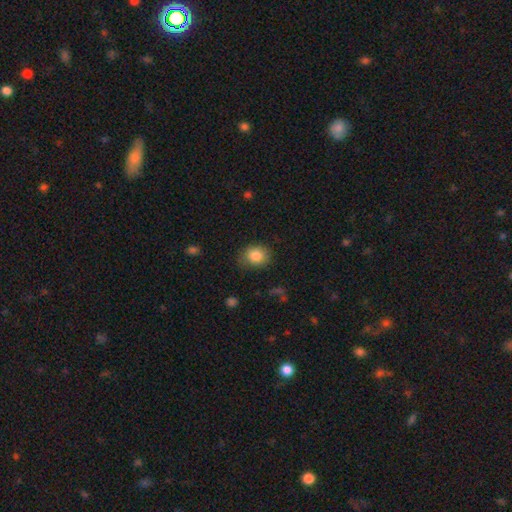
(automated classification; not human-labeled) Q: Smooth or featured?
A: smooth (84%); runner-up: star or artifact (9%)
Q: How rounded?
A: round (63%); runner-up: in between (36%)
Q: Merging?
A: none (78%); runner-up: minor disturbance (17%)